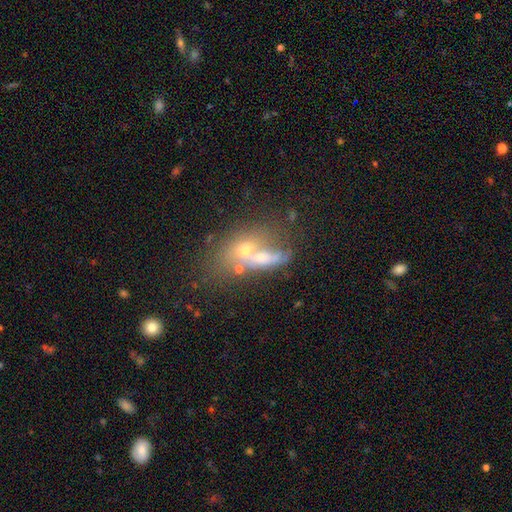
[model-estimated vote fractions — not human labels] A smooth galaxy with no disk features (45%). Merging: merger (61%).